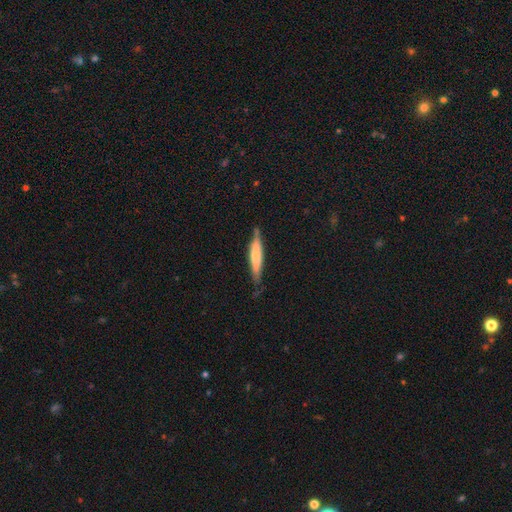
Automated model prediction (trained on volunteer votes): Overall: smooth (56%; featured or disk 38%). How rounded: cigar-shaped (89%). Merging: none (74%).